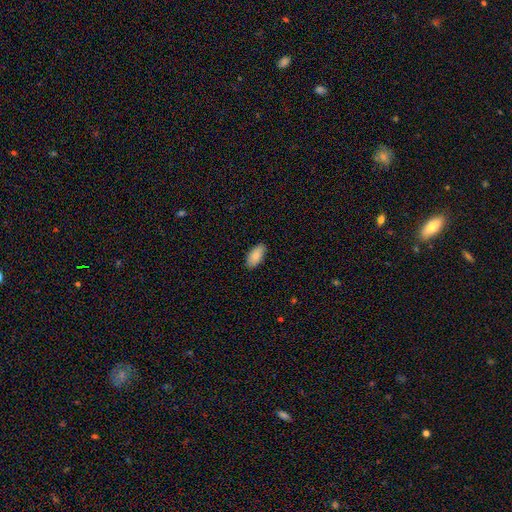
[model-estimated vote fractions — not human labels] A smooth galaxy with no disk features (85%) that is in between round and cigar-shaped (93%).

Vote fractions:
- Smooth or featured? smooth: 85% / featured or disk: 8% / star or artifact: 6%
- How rounded? in between: 93% / cigar-shaped: 5% / round: 2%
- Merging? none: 86% / minor disturbance: 11% / major disturbance: 2% / merger: 1%